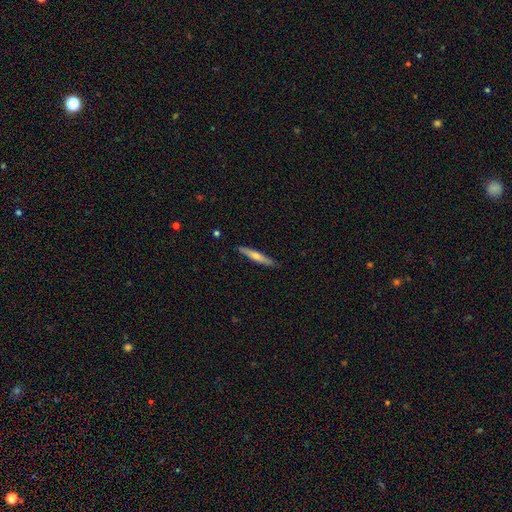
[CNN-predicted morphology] featured or disk 49%, smooth 45%, star or artifact 6%. Down the decision tree: merging — none (90%).